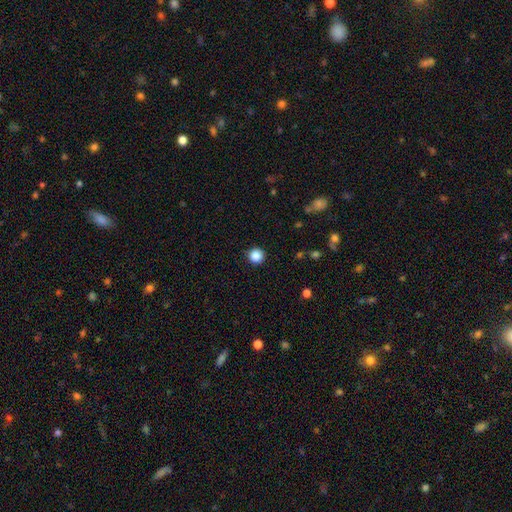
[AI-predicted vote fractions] A smooth galaxy with no disk features (87%) that is round (96%).

Vote fractions:
- Smooth or featured? smooth: 87% / star or artifact: 10% / featured or disk: 3%
- How rounded? round: 96% / in between: 3% / cigar-shaped: 1%
- Merging? none: 91% / minor disturbance: 6% / major disturbance: 2% / merger: 1%